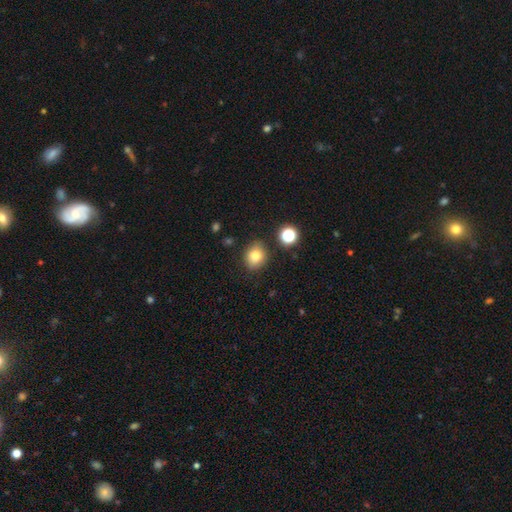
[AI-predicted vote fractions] smooth_or_featured: smooth (p=0.79) [alt: star or artifact p=0.12]
how_rounded: round (p=0.64) [alt: in between p=0.35]
merging: none (p=0.84) [alt: minor disturbance p=0.11]